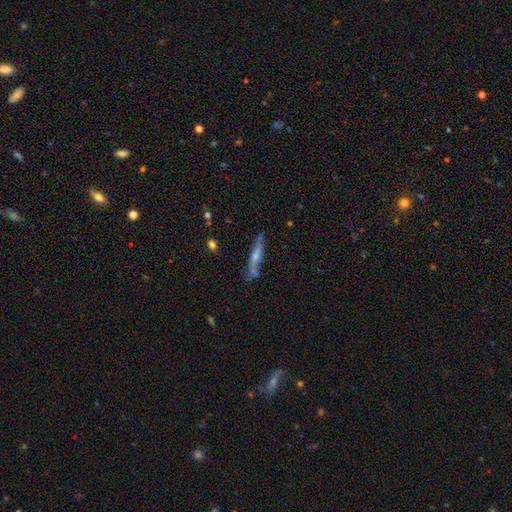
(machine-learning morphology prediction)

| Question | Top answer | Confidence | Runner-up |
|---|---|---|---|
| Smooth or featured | featured or disk | 61% | smooth (31%) |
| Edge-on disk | yes | 89% | no (11%) |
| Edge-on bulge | rounded | 67% | none (26%) |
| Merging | none | 75% | minor disturbance (17%) |